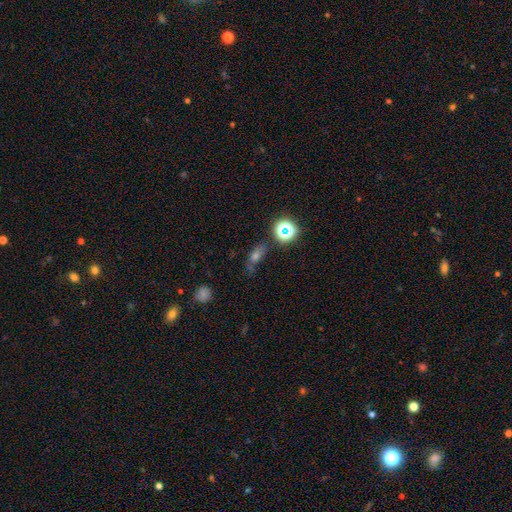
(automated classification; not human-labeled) This appears to be a smooth galaxy with no disk features (53%) that is in between round and cigar-shaped (64%). Merging: none (60%).